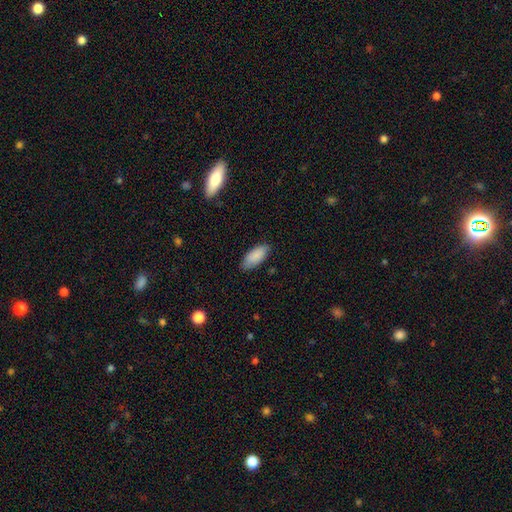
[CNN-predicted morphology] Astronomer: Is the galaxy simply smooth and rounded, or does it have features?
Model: smooth — 88%.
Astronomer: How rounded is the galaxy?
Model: in between — 85%.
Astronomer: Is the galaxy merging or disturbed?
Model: none — 81%.